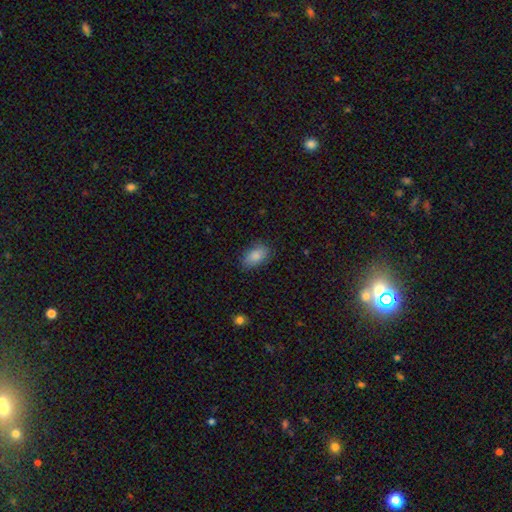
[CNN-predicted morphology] type=smooth (87%); roundness=in between (92%); merging=none (83%).